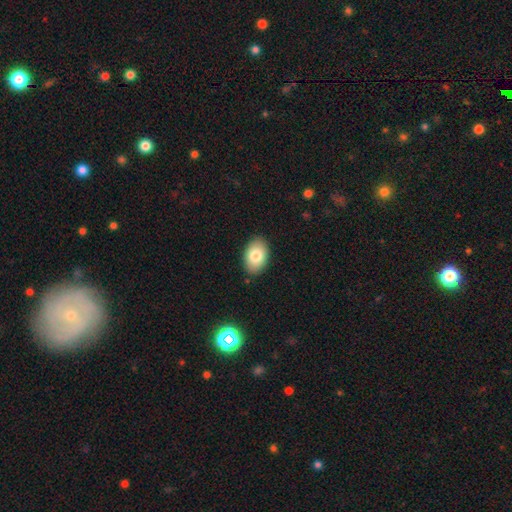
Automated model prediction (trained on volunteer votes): Overall: smooth (82%). How rounded: in between (89%). Merging: none (88%).